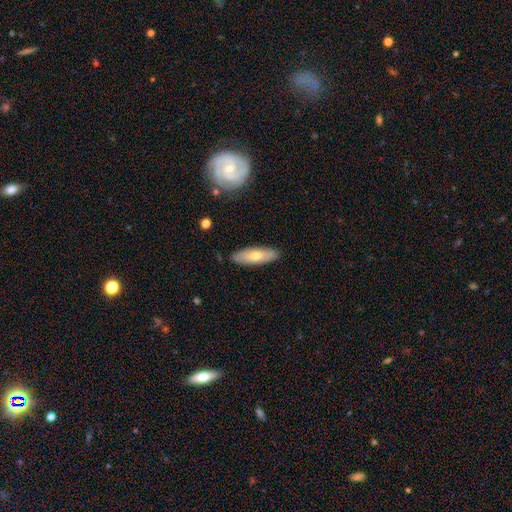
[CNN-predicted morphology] This is possibly a smooth galaxy (53%). How rounded: possibly cigar-shaped (57%). Merging: clearly none (85%).